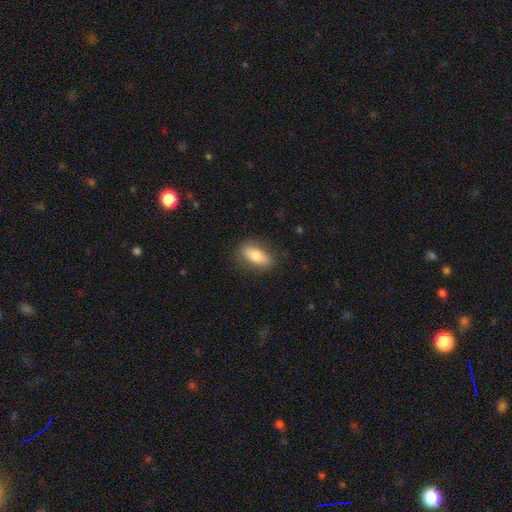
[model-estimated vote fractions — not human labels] Smooth or featured?
  - smooth: 75% *
  - featured or disk: 19%
  - star or artifact: 7%
How rounded?
  - in between: 83% *
  - cigar-shaped: 12%
  - round: 5%
Merging?
  - none: 83% *
  - minor disturbance: 12%
  - major disturbance: 3%
  - merger: 1%